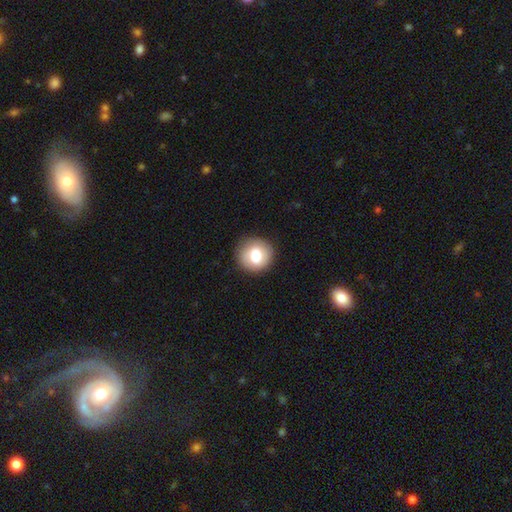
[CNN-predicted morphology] Smooth or featured? Predicted: smooth (p=0.74). How rounded? Predicted: round (p=0.89). Merging? Predicted: none (p=0.88).